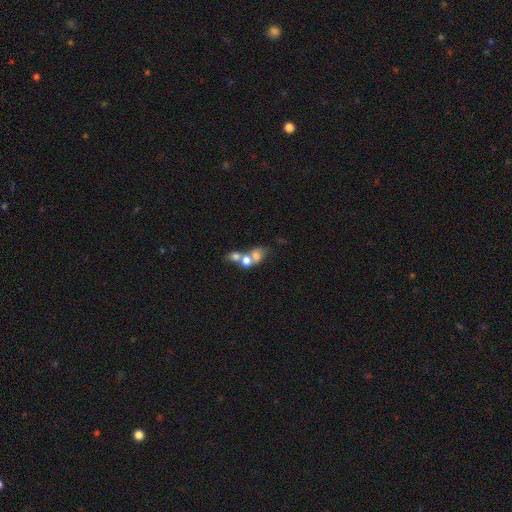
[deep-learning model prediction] smooth-or-featured: smooth: 60% | featured or disk: 27% | star or artifact: 13%
  how-rounded: in between: 57% | round: 40% | cigar-shaped: 3%
  merging: merger: 67% | none: 17% | major disturbance: 9% | minor disturbance: 7%